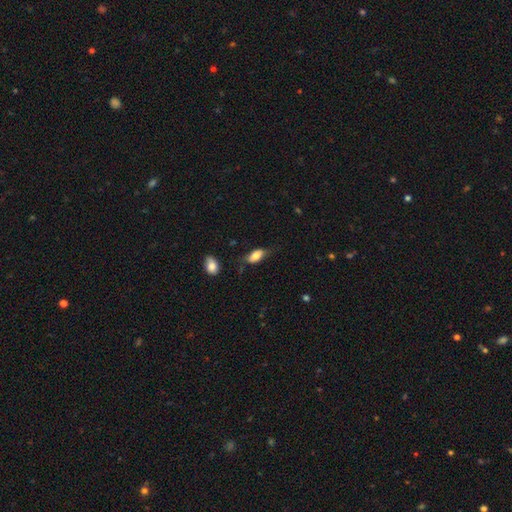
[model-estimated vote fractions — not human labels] Smooth or featured: smooth — 74% (featured or disk — 19%)
How rounded: in between — 84% (cigar-shaped — 12%)
Merging: none — 59% (minor disturbance — 29%)